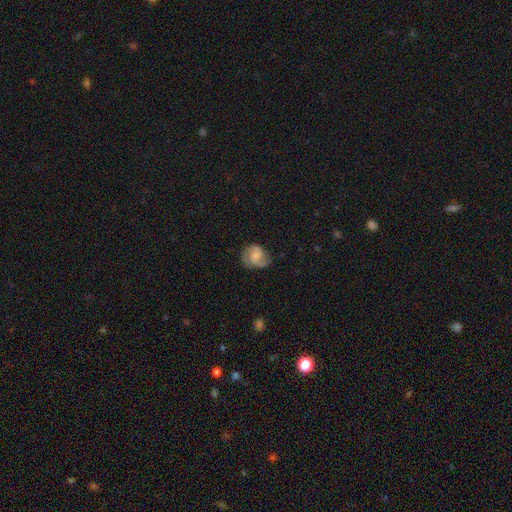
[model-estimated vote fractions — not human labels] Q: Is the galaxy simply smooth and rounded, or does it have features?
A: featured or disk — 67%.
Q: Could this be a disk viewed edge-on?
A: no — 98%.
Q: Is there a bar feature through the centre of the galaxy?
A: no — 51%.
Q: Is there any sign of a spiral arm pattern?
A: yes — 94%.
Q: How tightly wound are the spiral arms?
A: medium — 49%.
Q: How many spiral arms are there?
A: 2 — 77%.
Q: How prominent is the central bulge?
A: small — 34%.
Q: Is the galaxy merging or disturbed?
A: none — 67%.